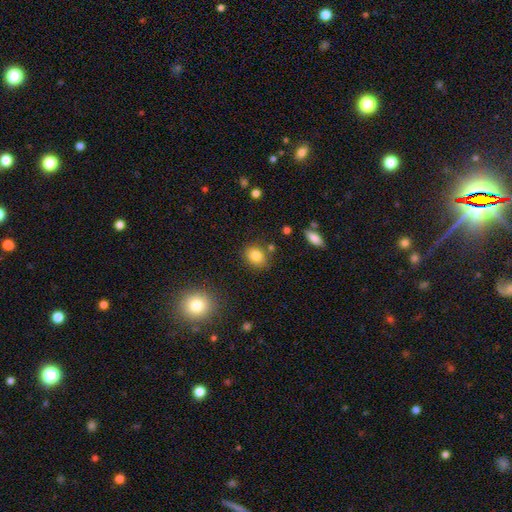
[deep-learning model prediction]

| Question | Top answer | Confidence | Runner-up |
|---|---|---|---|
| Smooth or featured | smooth | 83% | star or artifact (10%) |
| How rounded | in between | 54% | round (44%) |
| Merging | none | 80% | minor disturbance (12%) |